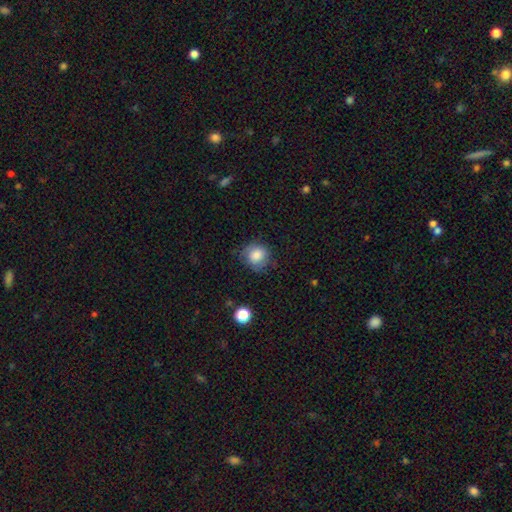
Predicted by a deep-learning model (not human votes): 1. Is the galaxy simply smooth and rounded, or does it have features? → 73% smooth, 17% featured or disk, 9% star or artifact.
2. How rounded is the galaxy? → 81% round, 18% in between, 1% cigar-shaped.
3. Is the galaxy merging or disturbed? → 65% none, 25% minor disturbance, 9% major disturbance, 1% merger.